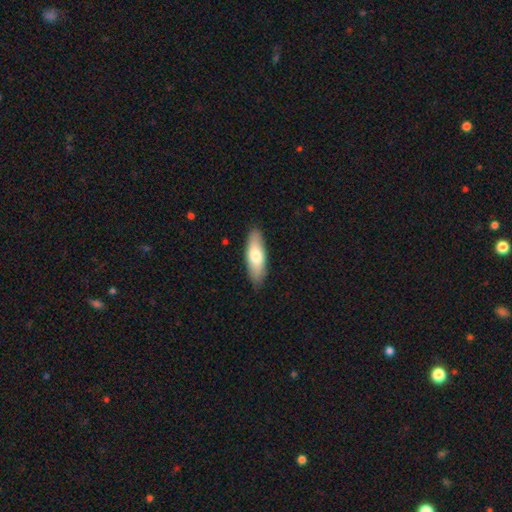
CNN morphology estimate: smooth-or-featured: smooth: 71% | featured or disk: 23% | star or artifact: 5%
  how-rounded: in between: 63% | cigar-shaped: 35% | round: 2%
  merging: none: 86% | minor disturbance: 11% | major disturbance: 2% | merger: 1%